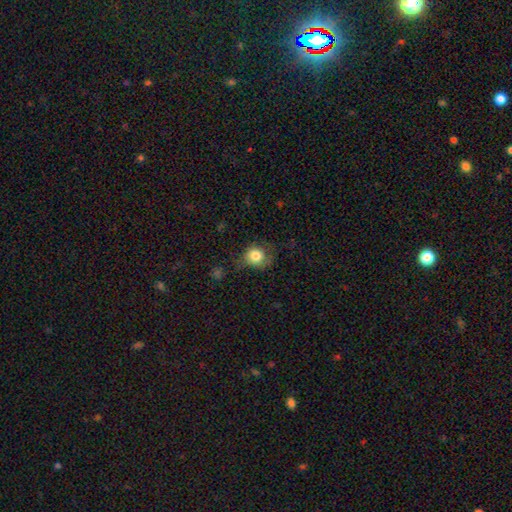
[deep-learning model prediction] smooth 82%, star or artifact 10%, featured or disk 9%. Down the decision tree: how rounded — round (77%); merging — none (59%).